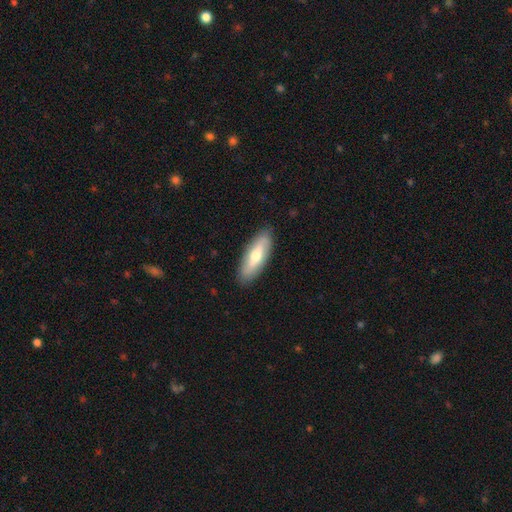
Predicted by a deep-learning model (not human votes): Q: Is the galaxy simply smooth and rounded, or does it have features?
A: smooth — 55%.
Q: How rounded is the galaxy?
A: in between — 60%.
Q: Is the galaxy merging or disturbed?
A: none — 88%.